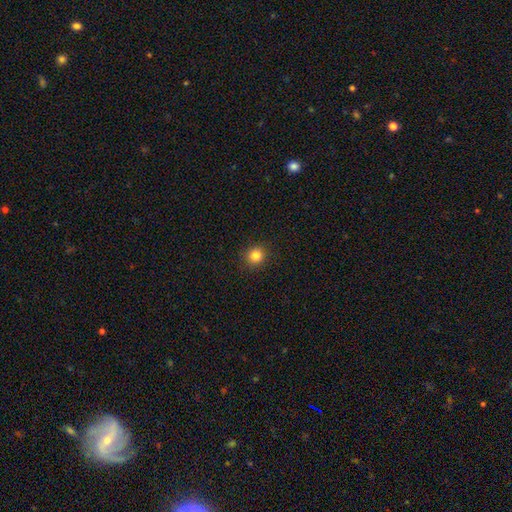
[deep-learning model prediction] smooth_or_featured: smooth (p=0.83) [alt: star or artifact p=0.12]
how_rounded: round (p=0.92) [alt: in between p=0.07]
merging: none (p=0.92) [alt: minor disturbance p=0.06]